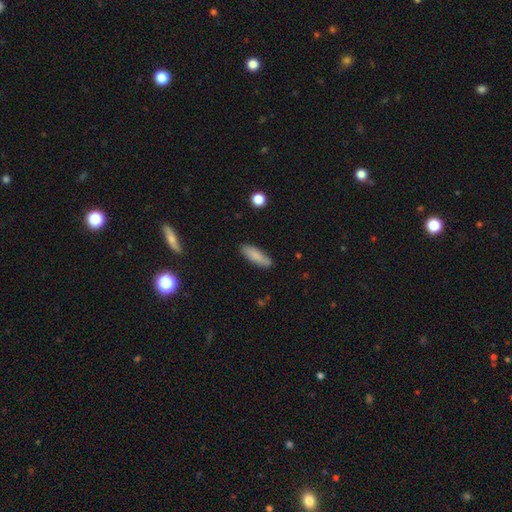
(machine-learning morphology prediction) smooth 85%, featured or disk 9%, star or artifact 7%. Down the decision tree: how rounded — cigar-shaped (51%); merging — none (85%).